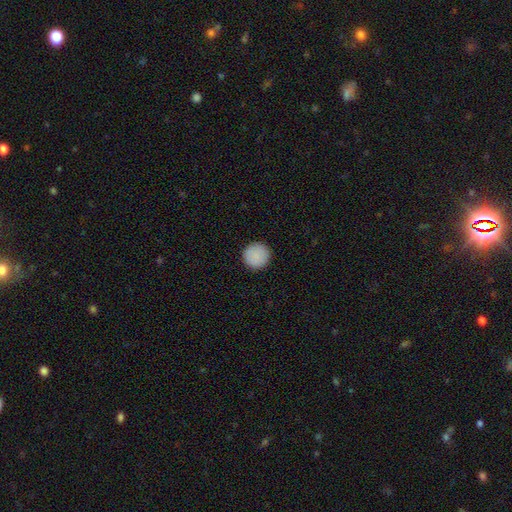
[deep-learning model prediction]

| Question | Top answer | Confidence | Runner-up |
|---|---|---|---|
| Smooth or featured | smooth | 90% | star or artifact (7%) |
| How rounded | round | 95% | in between (4%) |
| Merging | none | 92% | minor disturbance (5%) |